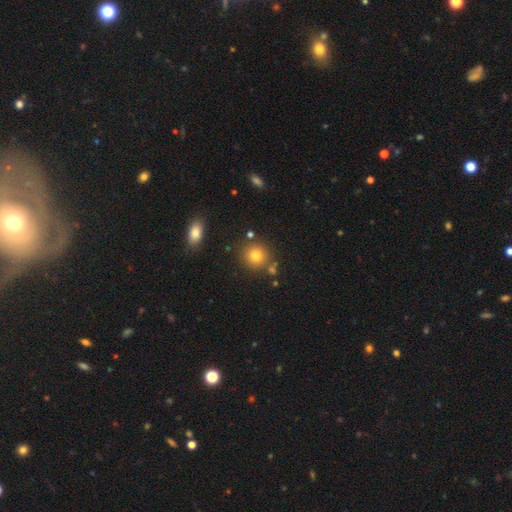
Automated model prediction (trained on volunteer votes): smooth-or-featured: smooth: 79% | star or artifact: 12% | featured or disk: 9%
  how-rounded: round: 89% | in between: 10% | cigar-shaped: 1%
  merging: none: 80% | minor disturbance: 9% | merger: 8% | major disturbance: 3%